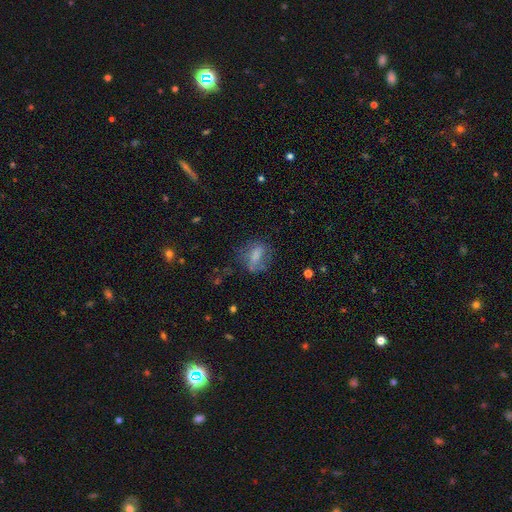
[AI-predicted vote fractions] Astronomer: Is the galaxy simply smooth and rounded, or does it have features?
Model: smooth — 61%.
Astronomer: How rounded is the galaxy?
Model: in between — 72%.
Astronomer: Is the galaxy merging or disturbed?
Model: none — 48% (runner-up: minor disturbance, 25%).